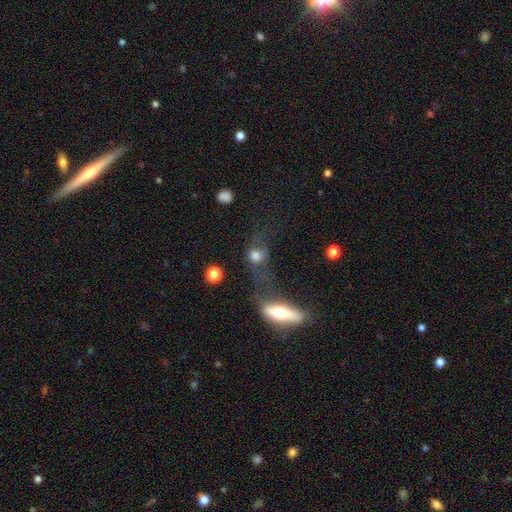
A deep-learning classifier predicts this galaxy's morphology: Q: Smooth or featured?
A: smooth (67%); runner-up: featured or disk (19%)
Q: How rounded?
A: round (62%); runner-up: in between (33%)
Q: Merging?
A: none (38%); runner-up: major disturbance (25%)